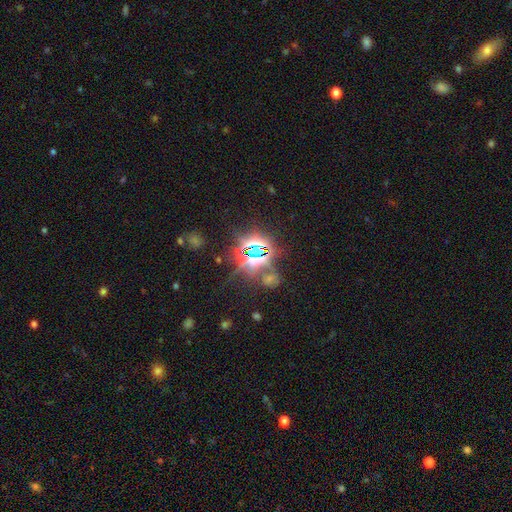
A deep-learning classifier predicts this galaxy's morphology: type=star or artifact (81%).